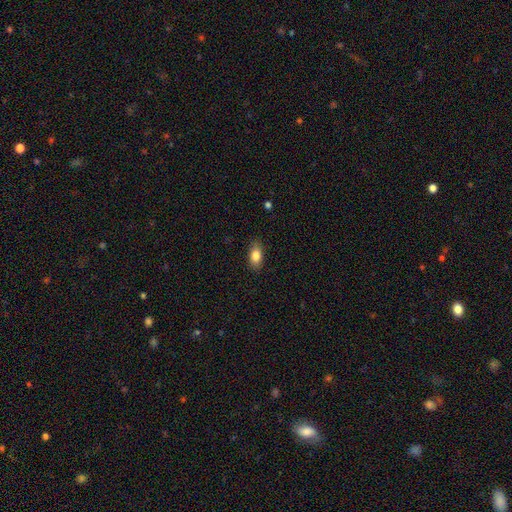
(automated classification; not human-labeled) The model was most divided on "merging": none: 85%, minor disturbance: 12%, major disturbance: 2%, merger: 1%. More confident: how rounded — in between (88%); smooth or featured — smooth (84%).